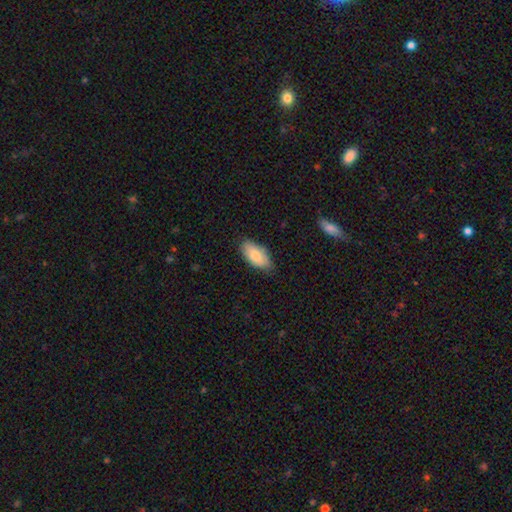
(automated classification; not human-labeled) Smooth or featured?
  - smooth: 83% *
  - featured or disk: 11%
  - star or artifact: 6%
How rounded?
  - in between: 92% *
  - cigar-shaped: 5%
  - round: 2%
Merging?
  - none: 79% *
  - minor disturbance: 17%
  - major disturbance: 3%
  - merger: 1%